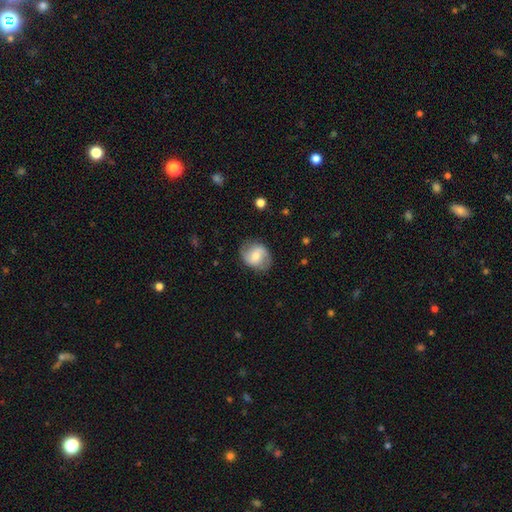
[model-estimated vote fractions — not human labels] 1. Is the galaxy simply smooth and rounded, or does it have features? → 58% featured or disk, 35% smooth, 7% star or artifact.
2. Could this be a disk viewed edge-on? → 97% no, 3% yes.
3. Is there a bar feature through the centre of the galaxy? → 45% no, 40% weak, 15% strong.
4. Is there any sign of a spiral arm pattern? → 84% yes, 16% no.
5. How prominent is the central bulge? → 51% moderate, 41% small, 4% large, 2% none, 1% dominant.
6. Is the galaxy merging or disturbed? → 78% none, 15% minor disturbance, 5% major disturbance, 1% merger.